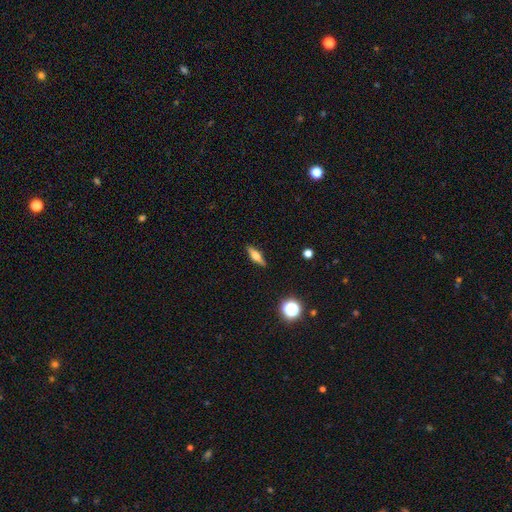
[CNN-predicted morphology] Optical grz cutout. It shows a smooth galaxy with no disk features (49%). Merging: none (88%).